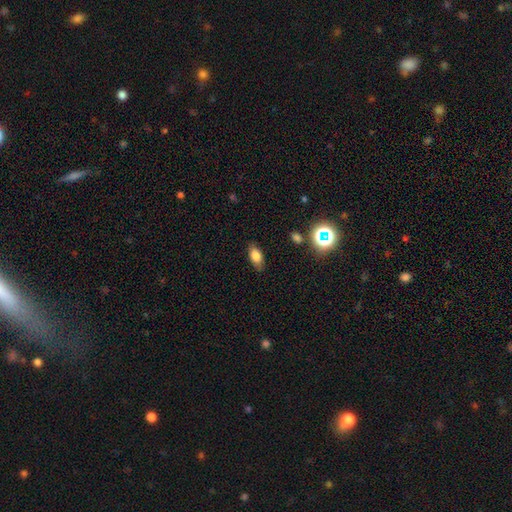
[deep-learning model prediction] Smooth or featured? Predicted: smooth (p=0.77). How rounded? Predicted: in between (p=0.86). Merging? Predicted: none (p=0.84).